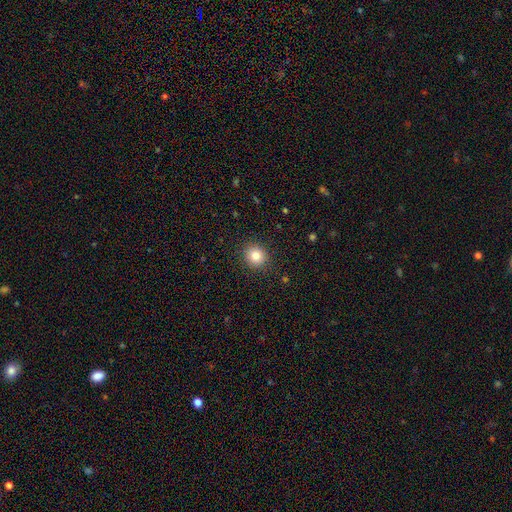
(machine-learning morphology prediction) A smooth galaxy with no disk features (82%) that is round (86%). Merging: none (90%).